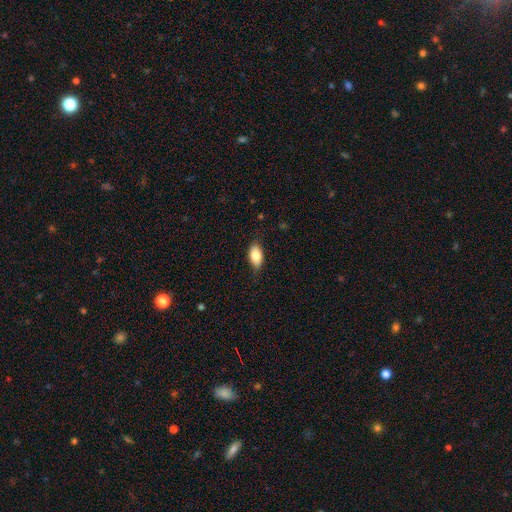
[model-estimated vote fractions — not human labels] Smooth or featured? smooth (85%)
How rounded? in between (92%)
Merging? none (80%)